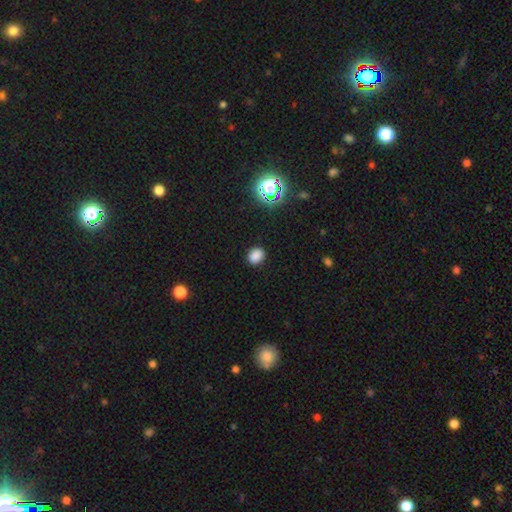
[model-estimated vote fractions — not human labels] Smooth or featured? Predicted: smooth (p=0.82). How rounded? Predicted: round (p=0.51). Merging? Predicted: none (p=0.88).